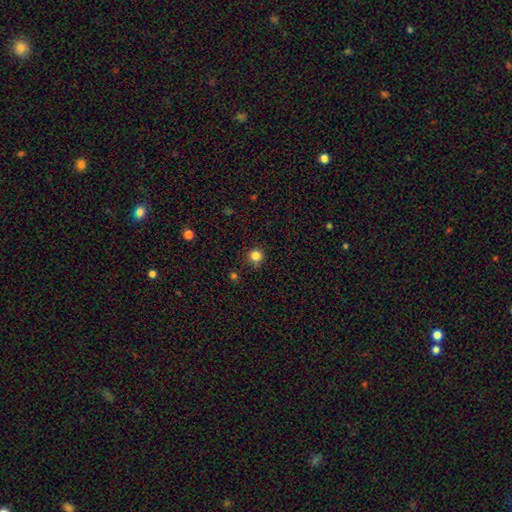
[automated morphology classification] Smooth or featured?
  - smooth: 84% *
  - star or artifact: 13%
  - featured or disk: 4%
How rounded?
  - round: 93% *
  - in between: 6%
  - cigar-shaped: 1%
Merging?
  - none: 87% *
  - minor disturbance: 9%
  - major disturbance: 2%
  - merger: 1%